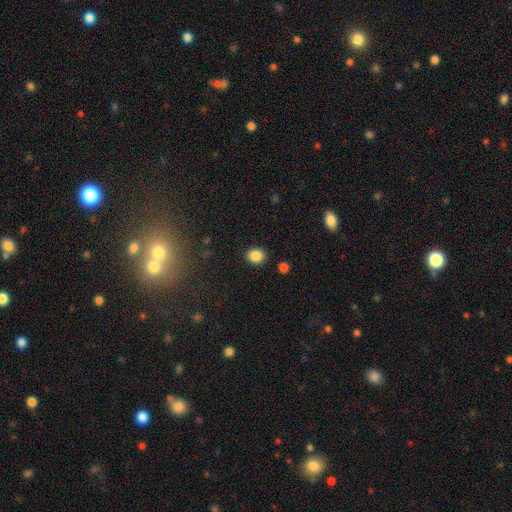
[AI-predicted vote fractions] The model was most divided on "how rounded": round: 70%, in between: 29%, cigar-shaped: 1%. More confident: merging — none (88%); smooth or featured — smooth (87%).